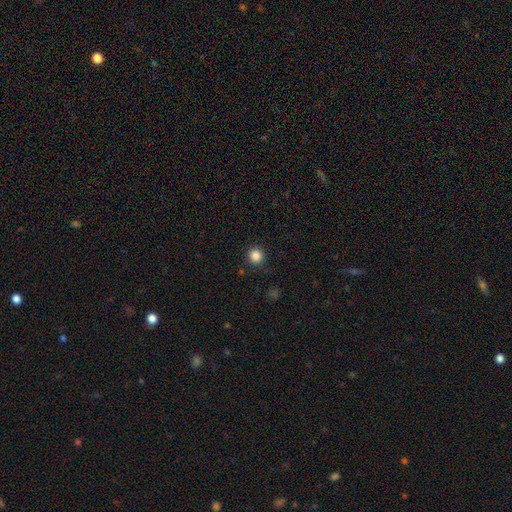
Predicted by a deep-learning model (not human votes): Morphology: type=smooth (85%); roundness=round (94%); merging=none (92%).